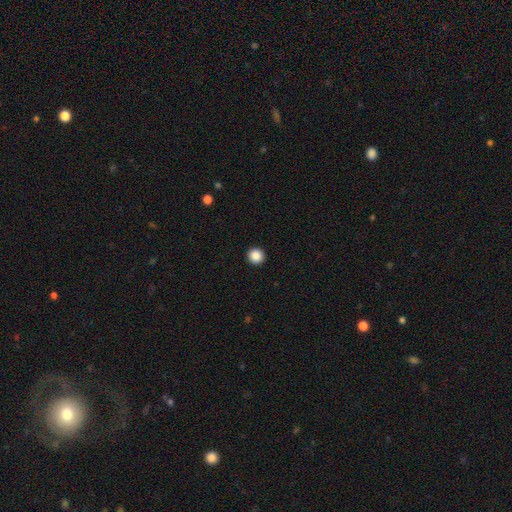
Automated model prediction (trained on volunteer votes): Smooth or featured: smooth — 88% (star or artifact — 9%)
How rounded: round — 95% (in between — 5%)
Merging: none — 94% (minor disturbance — 4%)